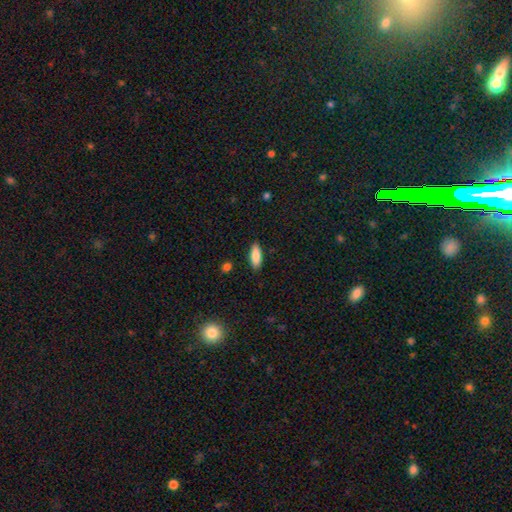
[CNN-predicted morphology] This is clearly a smooth galaxy (86%). How rounded: likely in between (71%). Merging: clearly none (88%).